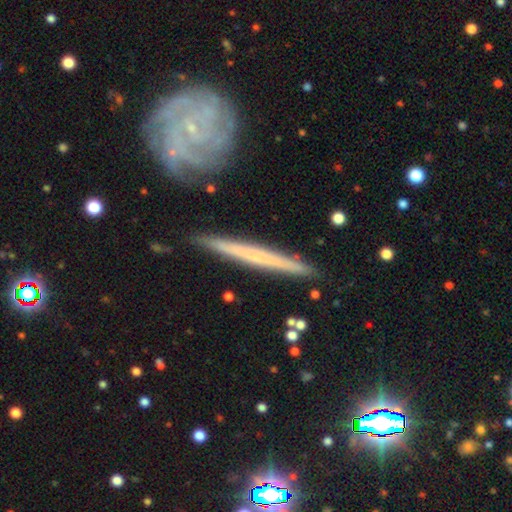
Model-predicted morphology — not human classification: smooth-or-featured: featured or disk: 65% | smooth: 29% | star or artifact: 6%
  disk-edge-on: yes: 90% | no: 10%
    edge-on-bulge: none: 82% | rounded: 15% | boxy: 3%
  merging: none: 87% | minor disturbance: 9% | merger: 2% | major disturbance: 2%